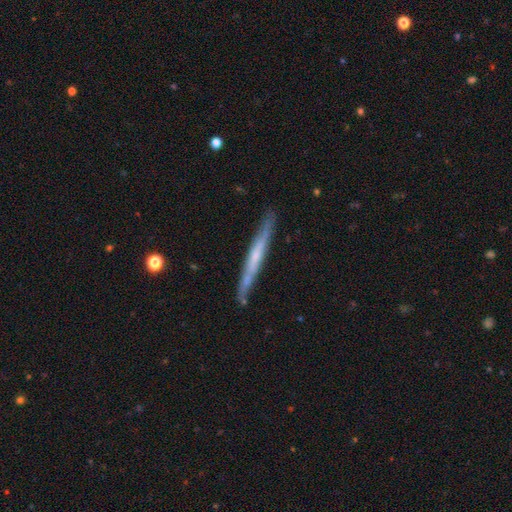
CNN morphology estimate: Overall: featured or disk (57%; smooth 38%). Edge-on disk: yes (92%). Edge-on bulge: none (67%). Merging: none (81%).